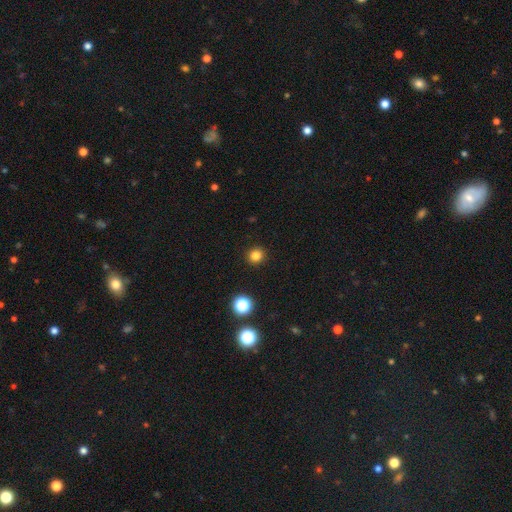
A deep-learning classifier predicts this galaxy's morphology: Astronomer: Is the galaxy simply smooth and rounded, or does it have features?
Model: smooth — 82%.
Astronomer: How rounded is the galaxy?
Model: round — 90%.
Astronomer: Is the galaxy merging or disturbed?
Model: none — 92%.